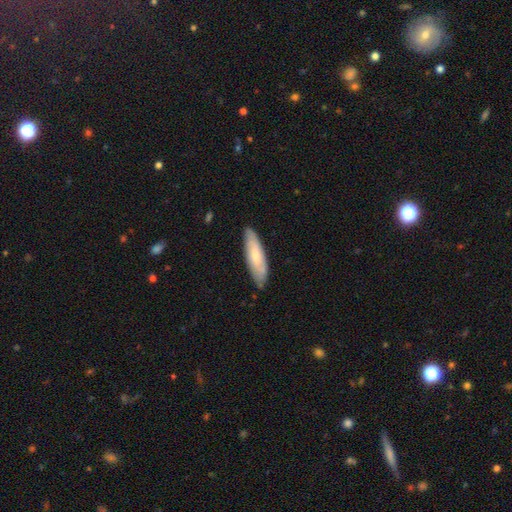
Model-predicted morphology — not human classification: Smooth or featured? smooth (62%)
How rounded? cigar-shaped (56%)
Merging? none (82%)